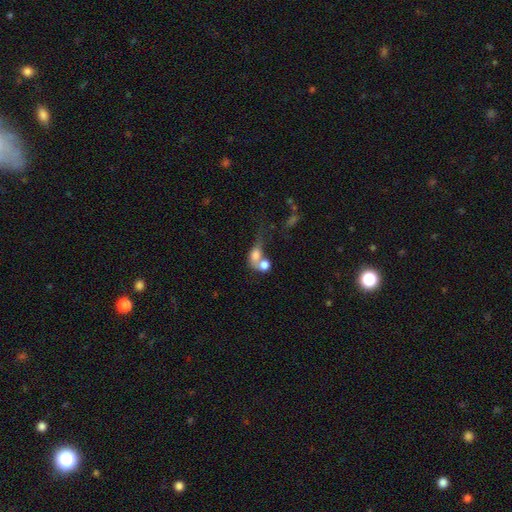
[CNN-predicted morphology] smooth-or-featured: smooth: 69% | featured or disk: 21% | star or artifact: 11%
  how-rounded: in between: 58% | round: 38% | cigar-shaped: 4%
  merging: merger: 63% | none: 15% | major disturbance: 13% | minor disturbance: 8%